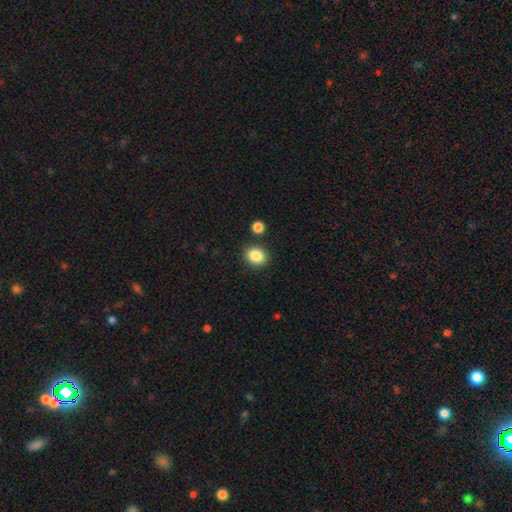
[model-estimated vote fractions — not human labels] A smooth galaxy with no disk features (87%) that is round (60%). Merging: none (85%).